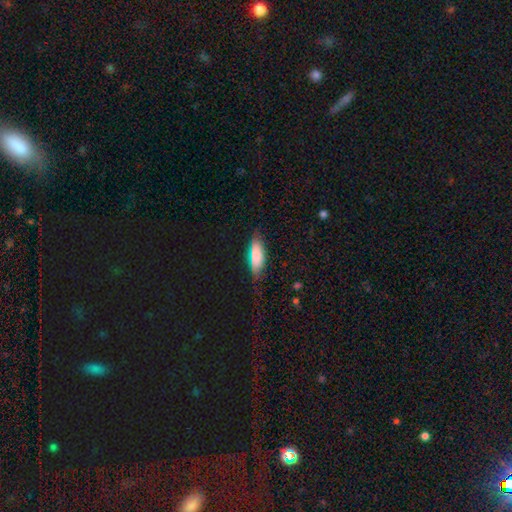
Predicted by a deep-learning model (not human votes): This is likely a smooth galaxy (75%). How rounded: likely in between (68%). Merging: likely none (73%).